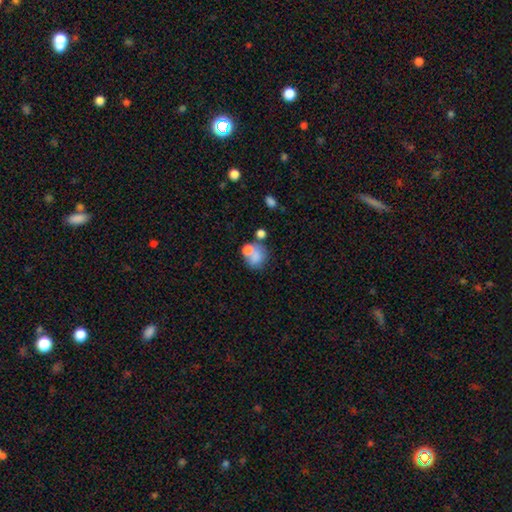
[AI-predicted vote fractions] Morphology: type=smooth (74%); roundness=round (65%); merging=none (40%).